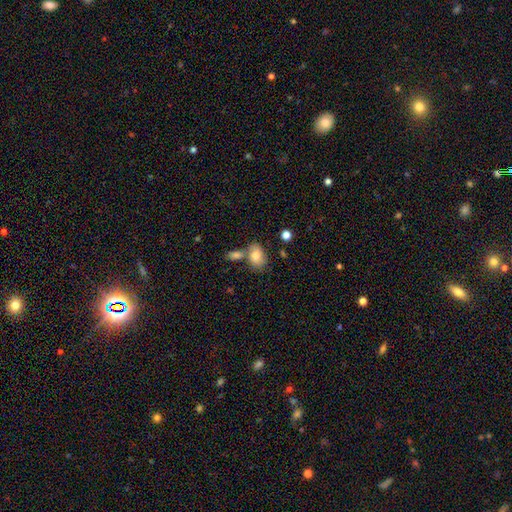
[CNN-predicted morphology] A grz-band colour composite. It shows a smooth galaxy with no disk features (82%) that is in between round and cigar-shaped (82%). Merging: none (49%).